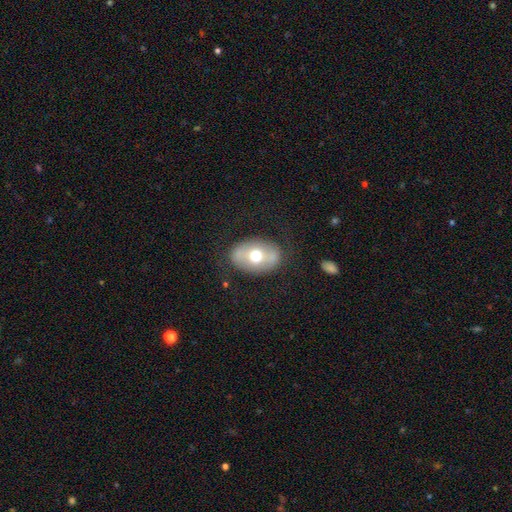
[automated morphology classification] Q: Smooth or featured?
A: smooth (52%); runner-up: featured or disk (40%)
Q: How rounded?
A: in between (78%); runner-up: round (21%)
Q: Merging?
A: none (77%); runner-up: minor disturbance (15%)